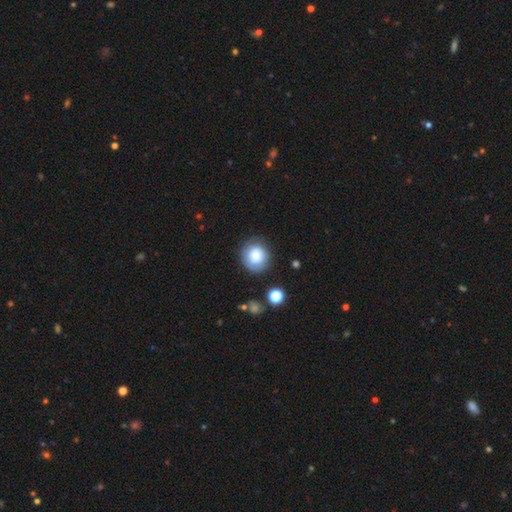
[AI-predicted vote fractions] Smooth or featured: smooth — 79% (featured or disk — 13%)
How rounded: round — 83% (in between — 16%)
Merging: none — 77% (minor disturbance — 15%)